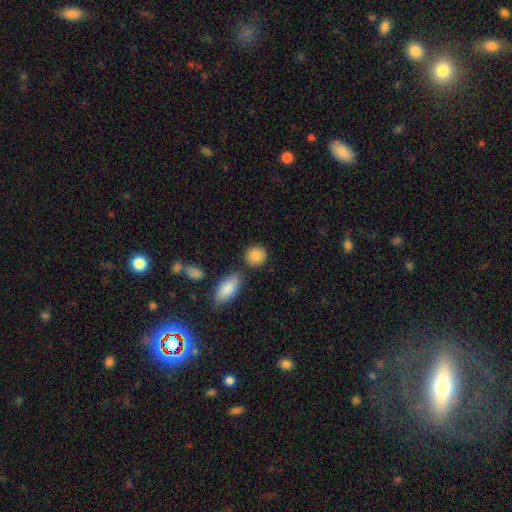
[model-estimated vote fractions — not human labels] Overall: smooth (88%). How rounded: round (78%). Merging: none (78%).